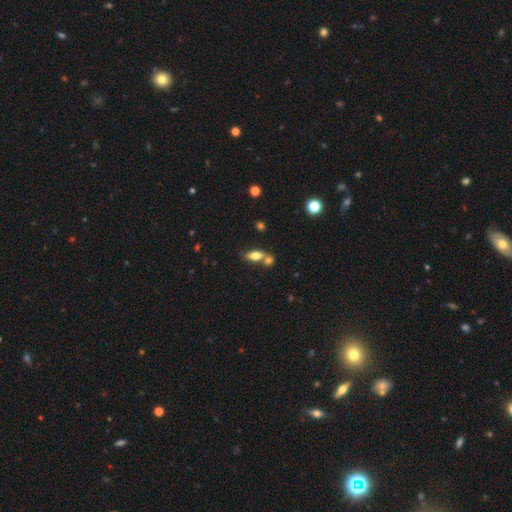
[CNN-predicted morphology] Smooth or featured? Predicted: smooth (p=0.72). How rounded? Predicted: in between (p=0.77). Merging? Predicted: none (p=0.48).